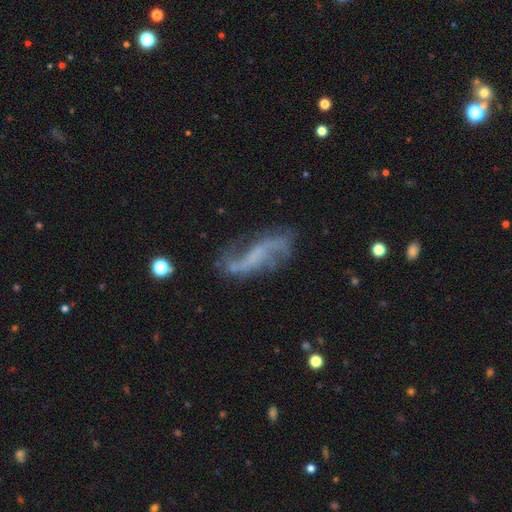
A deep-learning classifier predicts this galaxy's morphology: This appears to be a featured or disk galaxy (79%) with no bar (39%), 2 (84%) loose (74%) spiral arms (90%) and no central bulge (62%). Merging: none (66%).